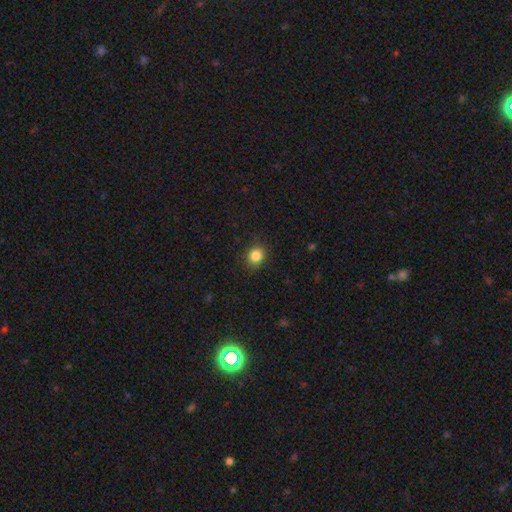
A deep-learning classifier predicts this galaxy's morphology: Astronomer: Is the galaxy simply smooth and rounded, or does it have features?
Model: smooth — 85%.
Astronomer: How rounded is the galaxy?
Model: round — 81%.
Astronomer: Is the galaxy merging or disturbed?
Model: none — 87%.